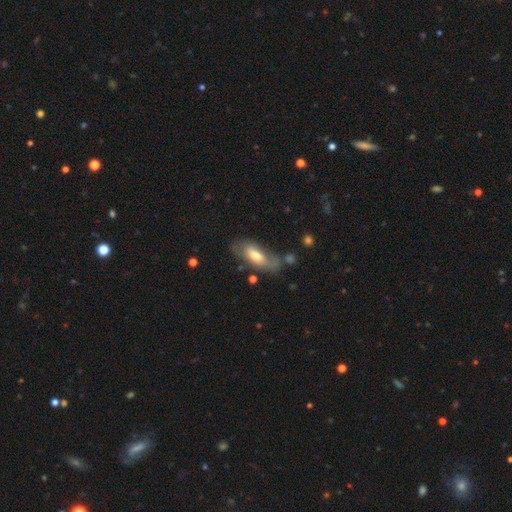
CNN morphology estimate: type=smooth (55%); roundness=in between (81%); merging=none (57%).